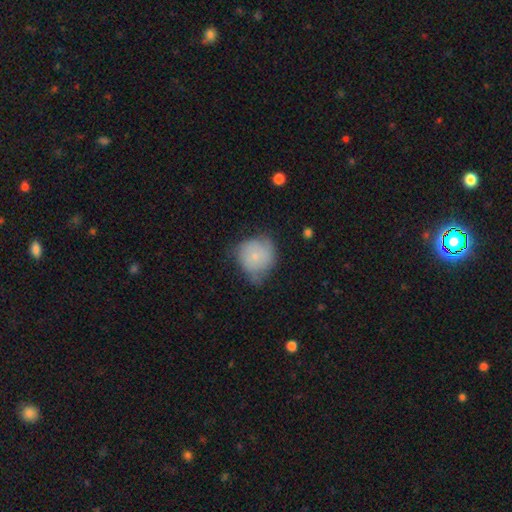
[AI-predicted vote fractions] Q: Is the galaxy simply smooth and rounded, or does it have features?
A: smooth — 69%.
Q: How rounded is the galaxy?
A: round — 85%.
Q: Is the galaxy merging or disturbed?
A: none — 43%.